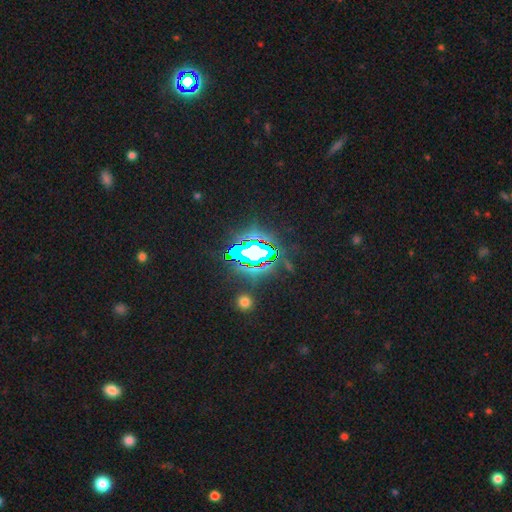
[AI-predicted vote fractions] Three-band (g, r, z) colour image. It shows a star or artifact, not a galaxy (74%).